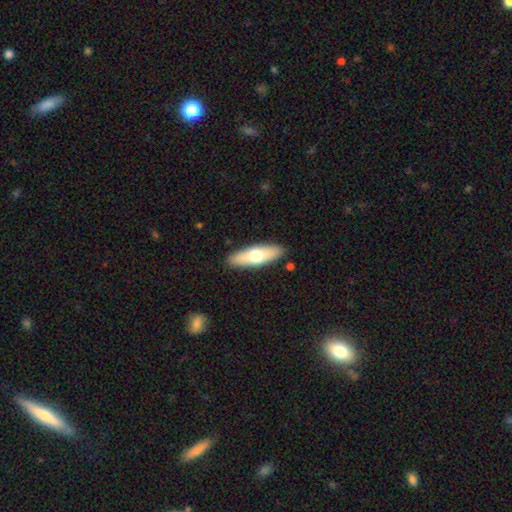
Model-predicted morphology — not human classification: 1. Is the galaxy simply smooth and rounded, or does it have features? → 61% smooth, 34% featured or disk, 5% star or artifact.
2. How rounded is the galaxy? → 53% in between, 45% cigar-shaped, 2% round.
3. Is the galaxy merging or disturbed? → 89% none, 8% minor disturbance, 2% major disturbance, 1% merger.